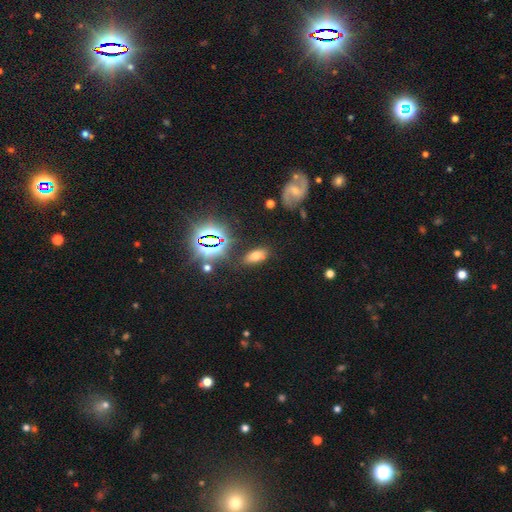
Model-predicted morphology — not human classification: Overall: smooth (59%; star or artifact 26%). How rounded: in between (87%). Merging: none (81%).